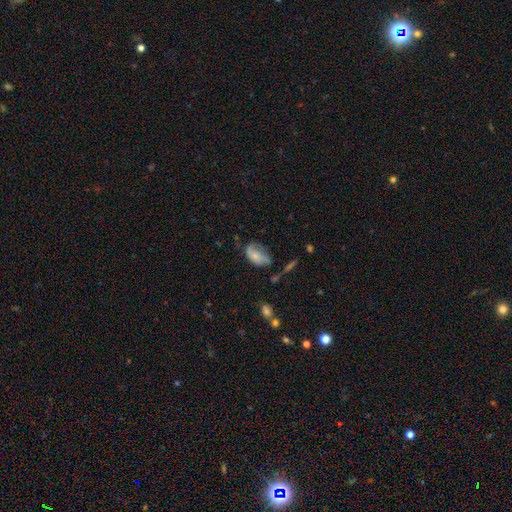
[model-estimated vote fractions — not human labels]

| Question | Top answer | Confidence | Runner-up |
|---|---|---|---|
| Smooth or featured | smooth | 60% | featured or disk (32%) |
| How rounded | in between | 91% | round (7%) |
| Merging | none | 36% | minor disturbance (34%) |